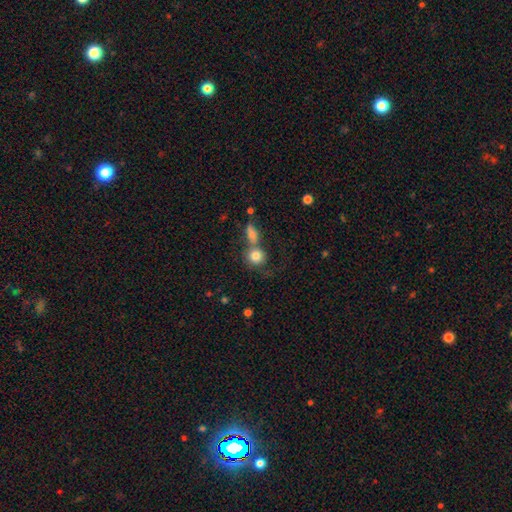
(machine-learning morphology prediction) Smooth or featured: smooth — 80% (featured or disk — 10%)
How rounded: round — 83% (in between — 15%)
Merging: none — 42% (tied with merger — 42%)